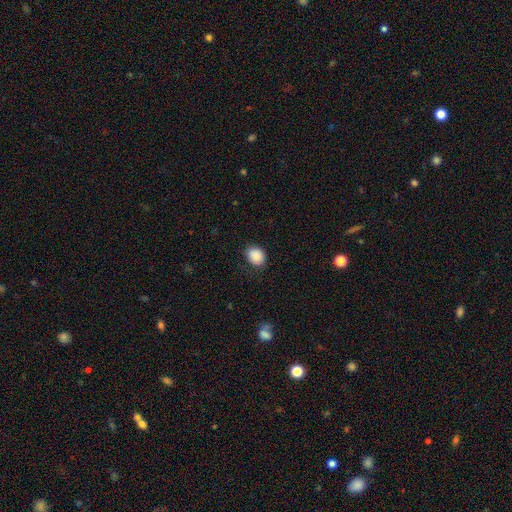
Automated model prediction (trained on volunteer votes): A smooth galaxy with no disk features (88%) that is round (51%).

Vote fractions:
- Smooth or featured? smooth: 88% / star or artifact: 8% / featured or disk: 4%
- How rounded? round: 51% / in between: 49% / cigar-shaped: 1%
- Merging? none: 79% / minor disturbance: 16% / major disturbance: 4% / merger: 1%